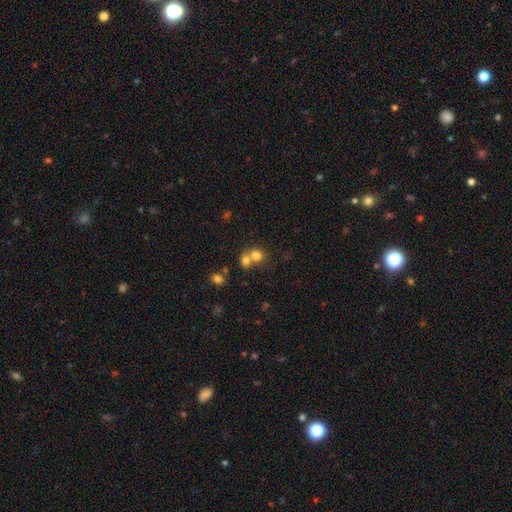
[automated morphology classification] This appears to be a smooth galaxy with no disk features (76%) that is round (77%). Merging: merger (57%).